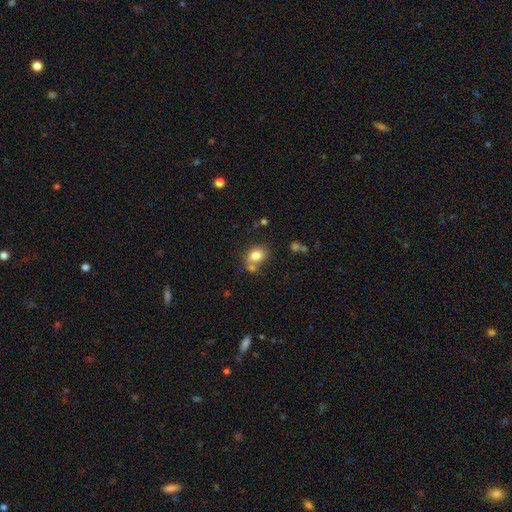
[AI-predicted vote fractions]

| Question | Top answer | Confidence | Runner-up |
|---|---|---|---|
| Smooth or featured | smooth | 80% | featured or disk (10%) |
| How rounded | in between | 56% | round (43%) |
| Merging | none | 60% | merger (21%) |